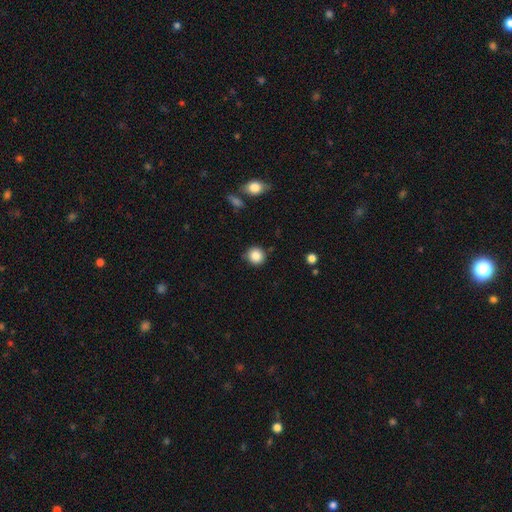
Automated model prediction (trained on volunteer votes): Q: Smooth or featured?
A: smooth (85%); runner-up: star or artifact (10%)
Q: How rounded?
A: round (90%); runner-up: in between (9%)
Q: Merging?
A: none (86%); runner-up: minor disturbance (10%)